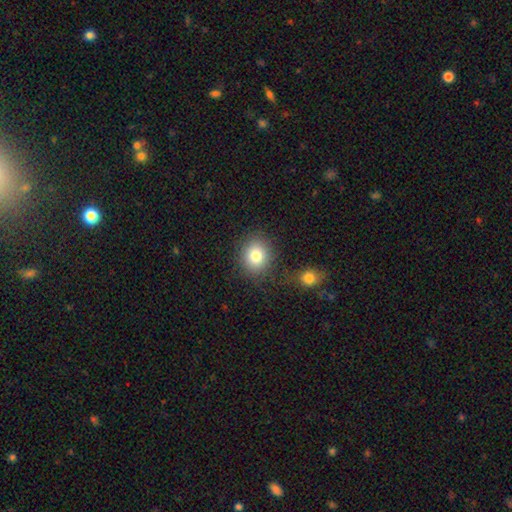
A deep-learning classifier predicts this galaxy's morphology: Q: Smooth or featured?
A: smooth (80%); runner-up: star or artifact (11%)
Q: How rounded?
A: round (75%); runner-up: in between (24%)
Q: Merging?
A: none (81%); runner-up: minor disturbance (9%)